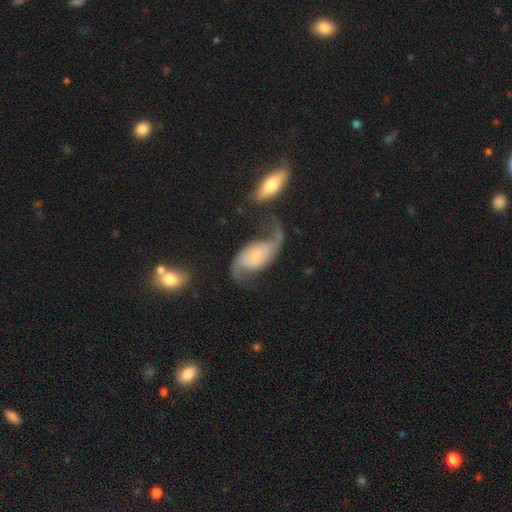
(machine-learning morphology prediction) Smooth or featured? featured or disk (84%)
Edge-on disk? no (96%)
Bar? no (52%)
Spiral arms? yes (96%)
Spiral winding? loose (67%)
Spiral arm count? 2 (91%)
Bulge size? small (61%)
Merging? none (50%)